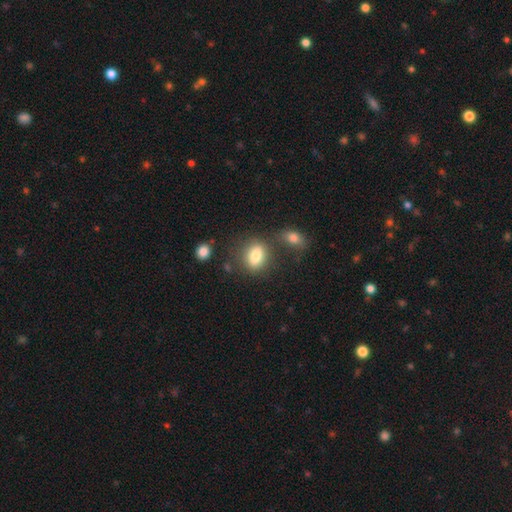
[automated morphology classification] Smooth or featured?
  - smooth: 81% *
  - featured or disk: 10%
  - star or artifact: 9%
How rounded?
  - in between: 74% *
  - round: 23%
  - cigar-shaped: 3%
Merging?
  - none: 63% *
  - merger: 18%
  - minor disturbance: 14%
  - major disturbance: 6%